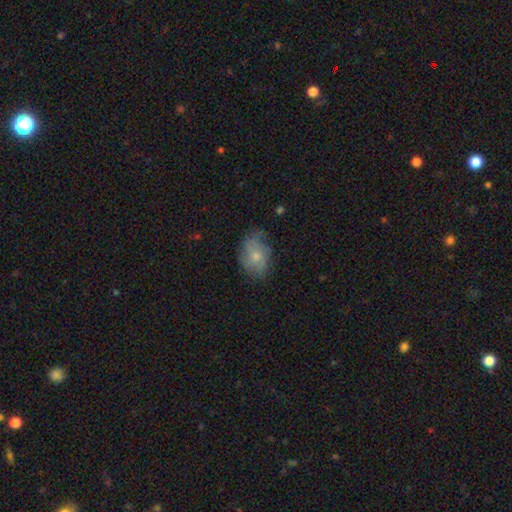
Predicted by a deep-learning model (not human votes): Smooth or featured?
  - smooth: 62% *
  - featured or disk: 30%
  - star or artifact: 8%
How rounded?
  - in between: 75% *
  - round: 24%
  - cigar-shaped: 1%
Merging?
  - none: 60% *
  - minor disturbance: 29%
  - major disturbance: 10%
  - merger: 2%